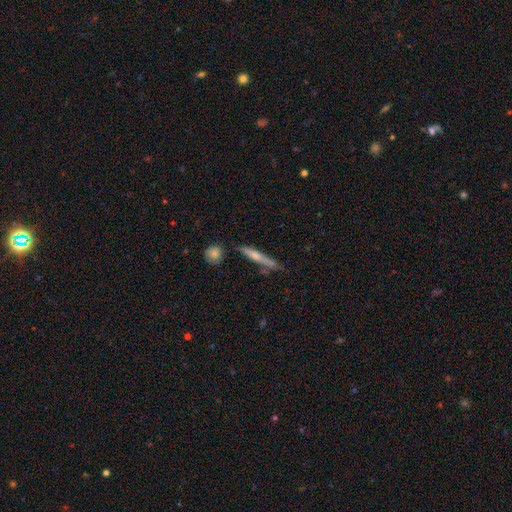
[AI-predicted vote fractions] smooth_or_featured: featured or disk (p=0.48) [alt: smooth p=0.46]
merging: none (p=0.75) [alt: minor disturbance p=0.16]